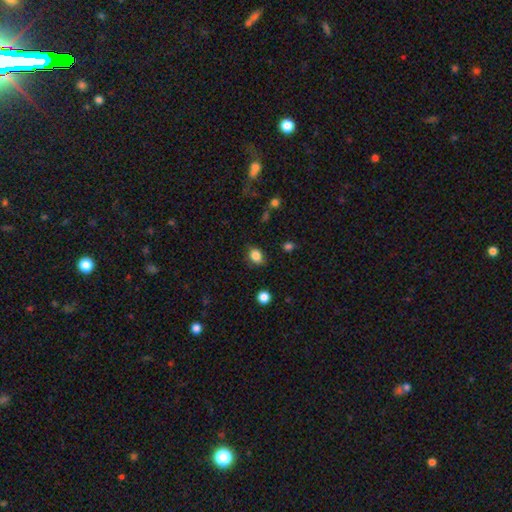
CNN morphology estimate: Q: Smooth or featured?
A: smooth (85%); runner-up: star or artifact (10%)
Q: How rounded?
A: in between (57%); runner-up: round (42%)
Q: Merging?
A: none (81%); runner-up: minor disturbance (15%)